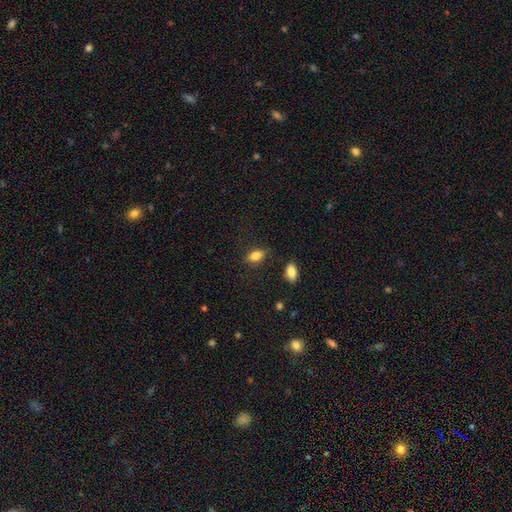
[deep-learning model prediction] Smooth or featured: smooth — 82% (featured or disk — 10%)
How rounded: in between — 87% (round — 7%)
Merging: none — 81% (minor disturbance — 13%)